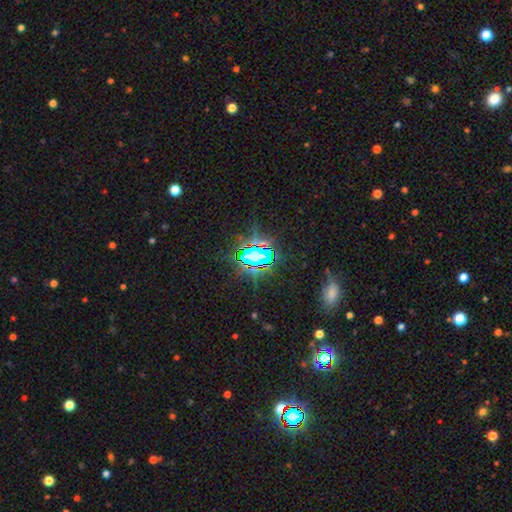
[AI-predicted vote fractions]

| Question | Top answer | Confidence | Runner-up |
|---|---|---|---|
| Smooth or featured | star or artifact | 72% | smooth (16%) |